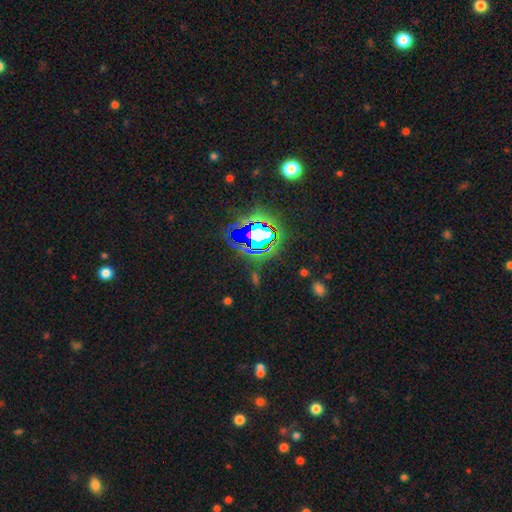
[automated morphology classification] smooth_or_featured: star or artifact (p=0.83) [alt: smooth p=0.10]